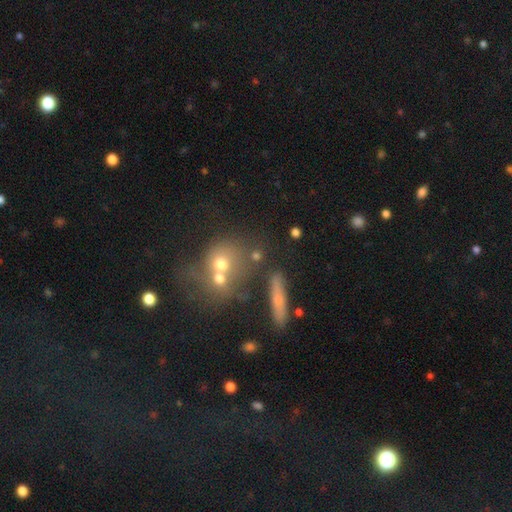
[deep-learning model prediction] Q: Smooth or featured?
A: smooth (41%); runner-up: star or artifact (31%)
Q: Merging?
A: none (44%); runner-up: merger (36%)